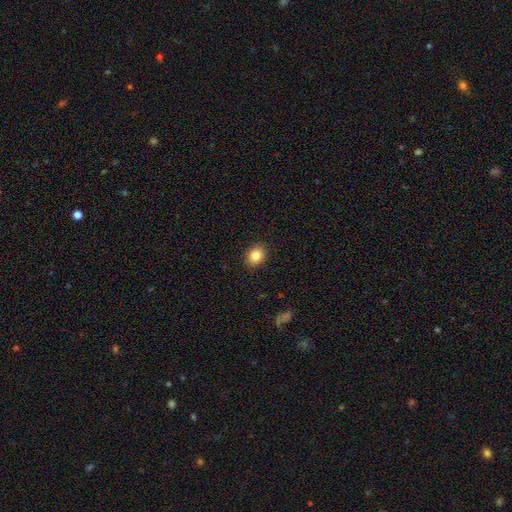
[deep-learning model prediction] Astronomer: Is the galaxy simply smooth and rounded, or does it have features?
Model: smooth — 84%.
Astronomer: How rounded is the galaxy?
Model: round — 51% (runner-up: in between, 48%).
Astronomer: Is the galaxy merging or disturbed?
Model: none — 90%.